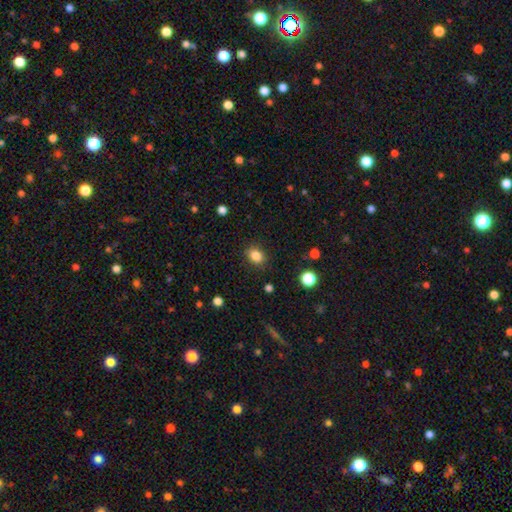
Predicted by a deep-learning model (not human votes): Morphology: type=smooth (85%); roundness=in between (55%); merging=none (86%).